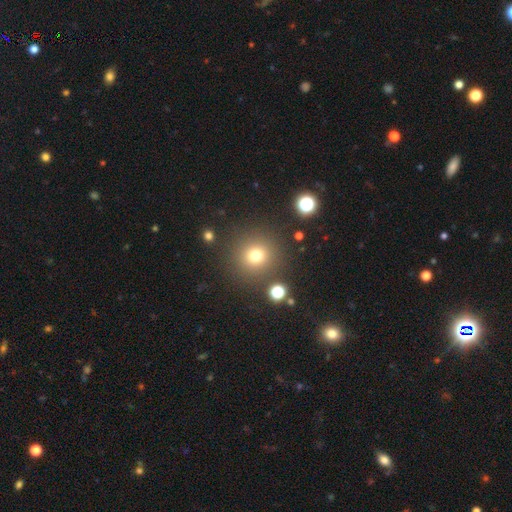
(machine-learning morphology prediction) smooth_or_featured: smooth (p=0.74) [alt: star or artifact p=0.18]
how_rounded: round (p=0.94) [alt: in between p=0.05]
merging: none (p=0.87) [alt: minor disturbance p=0.07]